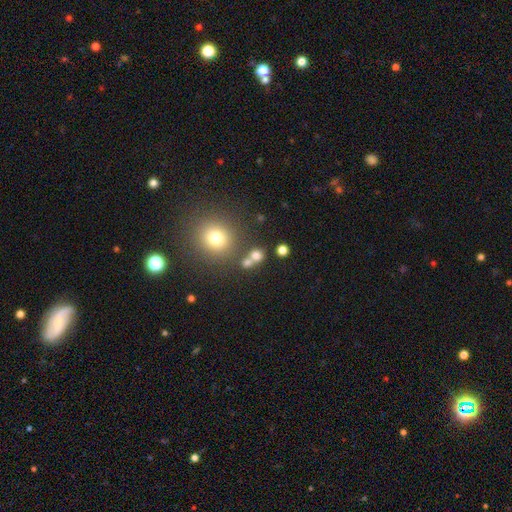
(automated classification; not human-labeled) Smooth or featured: smooth — 72% (star or artifact — 18%)
How rounded: round — 77% (in between — 21%)
Merging: none — 53% (merger — 34%)